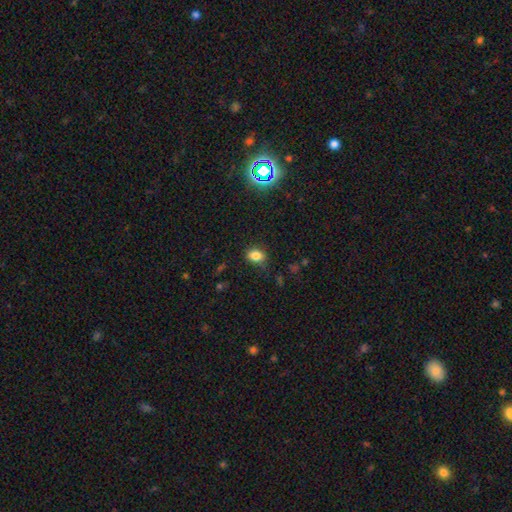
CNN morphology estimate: Smooth or featured?
  - smooth: 81% *
  - star or artifact: 13%
  - featured or disk: 6%
How rounded?
  - in between: 72% *
  - round: 27%
  - cigar-shaped: 2%
Merging?
  - none: 76% *
  - minor disturbance: 18%
  - major disturbance: 5%
  - merger: 2%